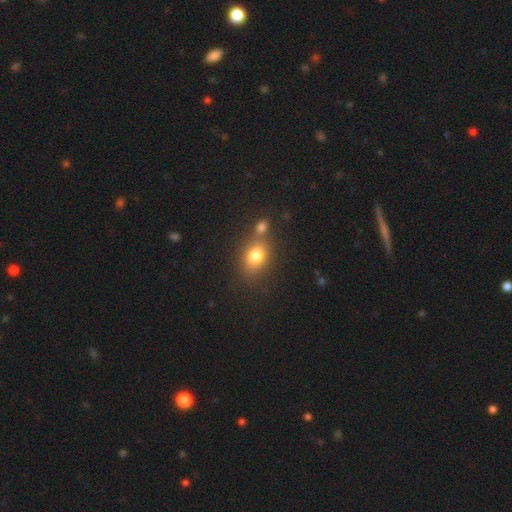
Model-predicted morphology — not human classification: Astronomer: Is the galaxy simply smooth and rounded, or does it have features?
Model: smooth — 78%.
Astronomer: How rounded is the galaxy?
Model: in between — 62%.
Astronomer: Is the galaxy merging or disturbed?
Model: none — 55%.